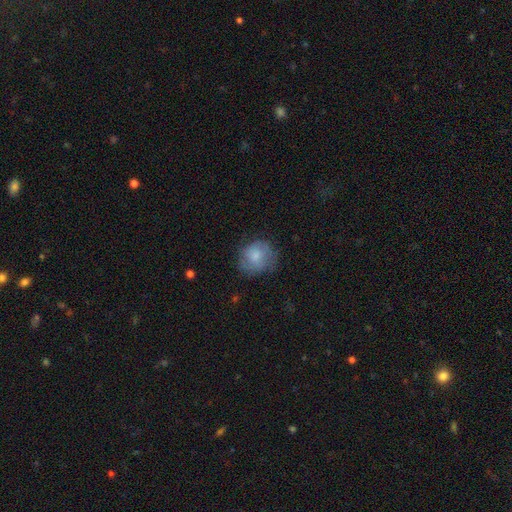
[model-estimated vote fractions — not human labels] The model was most divided on "merging": none: 61%, minor disturbance: 25%, major disturbance: 12%, merger: 1%. More confident: how rounded — round (76%); smooth or featured — smooth (71%).